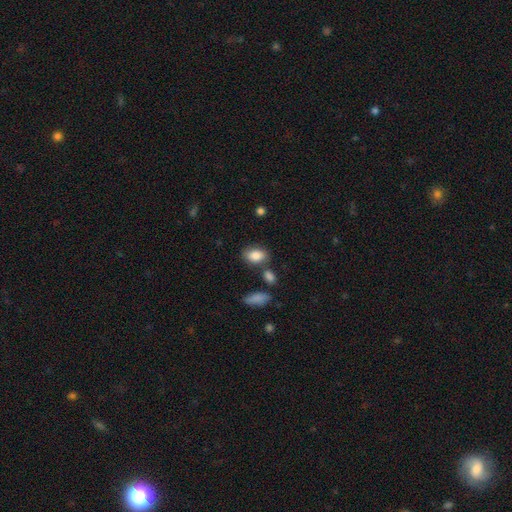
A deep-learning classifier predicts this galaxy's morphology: smooth-or-featured: smooth: 84% | featured or disk: 8% | star or artifact: 8%
  how-rounded: in between: 86% | round: 12% | cigar-shaped: 2%
  merging: none: 70% | minor disturbance: 16% | merger: 10% | major disturbance: 4%